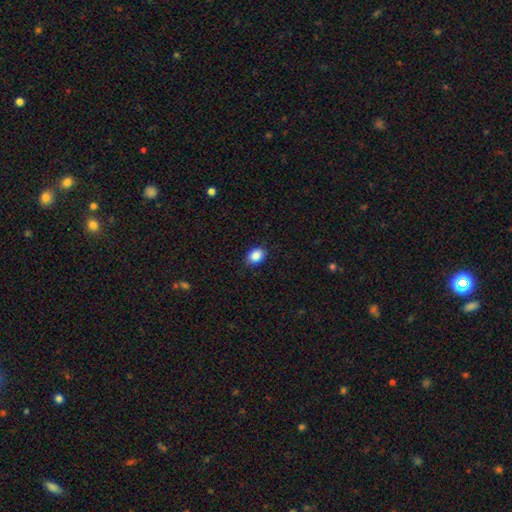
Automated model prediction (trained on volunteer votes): smooth 87%, star or artifact 9%, featured or disk 4%. Down the decision tree: how rounded — in between (62%); merging — none (86%).